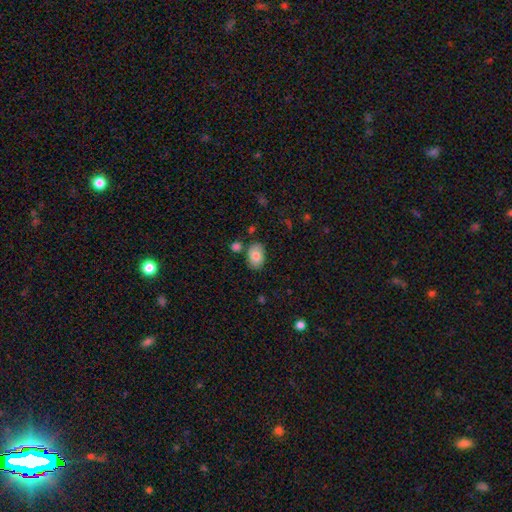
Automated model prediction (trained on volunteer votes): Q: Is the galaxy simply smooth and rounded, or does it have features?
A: smooth — 84%.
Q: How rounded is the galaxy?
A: in between — 84%.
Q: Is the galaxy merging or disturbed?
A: none — 79%.